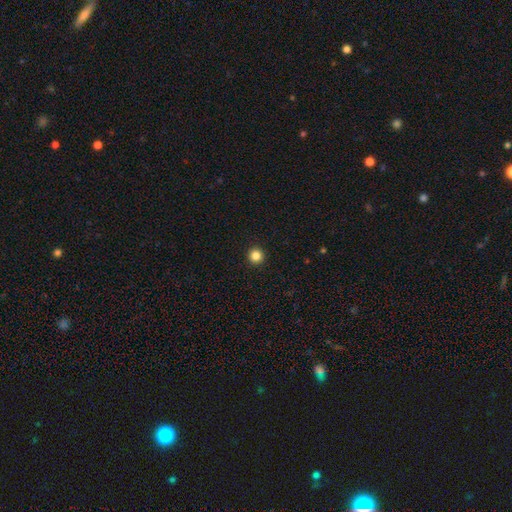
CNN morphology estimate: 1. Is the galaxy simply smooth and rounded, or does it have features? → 85% smooth, 12% star or artifact, 4% featured or disk.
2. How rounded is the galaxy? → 96% round, 3% in between, 1% cigar-shaped.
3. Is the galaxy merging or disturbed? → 94% none, 4% minor disturbance, 1% major disturbance, 1% merger.